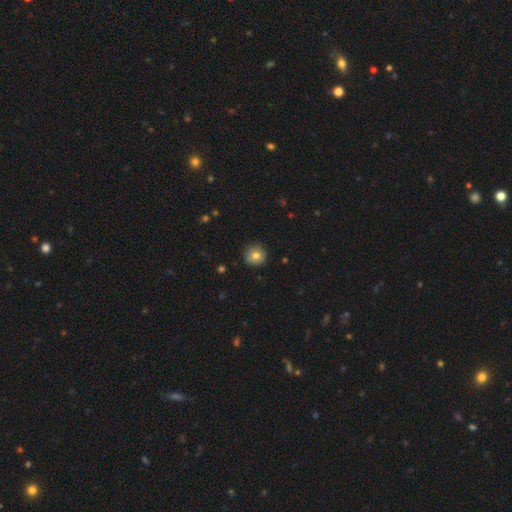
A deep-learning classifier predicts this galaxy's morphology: smooth 79%, featured or disk 11%, star or artifact 10%. Down the decision tree: how rounded — round (94%); merging — none (87%).